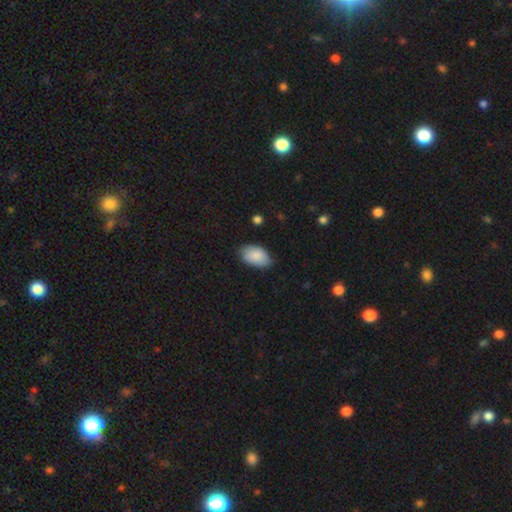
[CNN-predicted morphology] Smooth or featured? smooth (87%)
How rounded? in between (93%)
Merging? none (77%)